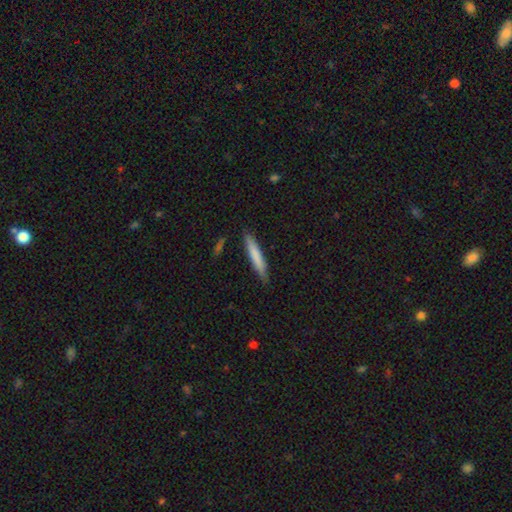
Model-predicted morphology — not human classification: Q: Smooth or featured?
A: smooth (76%); runner-up: featured or disk (19%)
Q: How rounded?
A: cigar-shaped (93%); runner-up: in between (6%)
Q: Merging?
A: none (87%); runner-up: minor disturbance (10%)